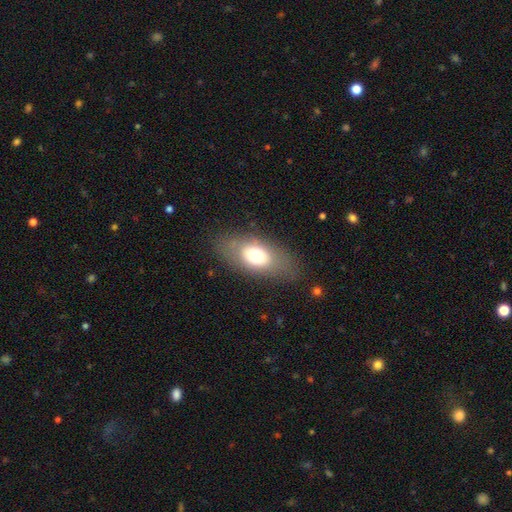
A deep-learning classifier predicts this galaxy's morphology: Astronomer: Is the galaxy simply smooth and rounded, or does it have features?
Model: smooth — 65%.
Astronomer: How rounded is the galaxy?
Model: in between — 85%.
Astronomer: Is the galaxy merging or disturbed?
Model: none — 77%.